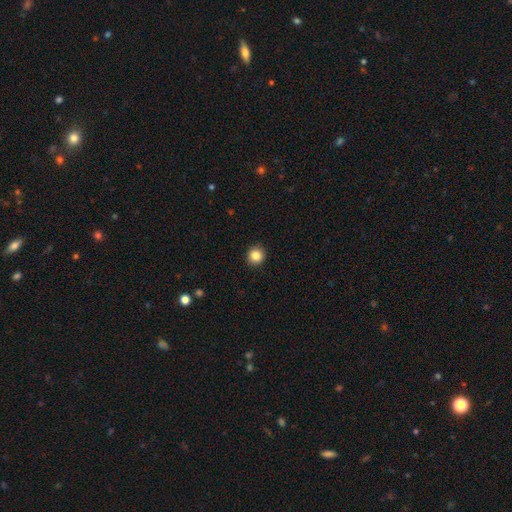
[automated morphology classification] Smooth or featured? smooth (85%)
How rounded? round (92%)
Merging? none (92%)